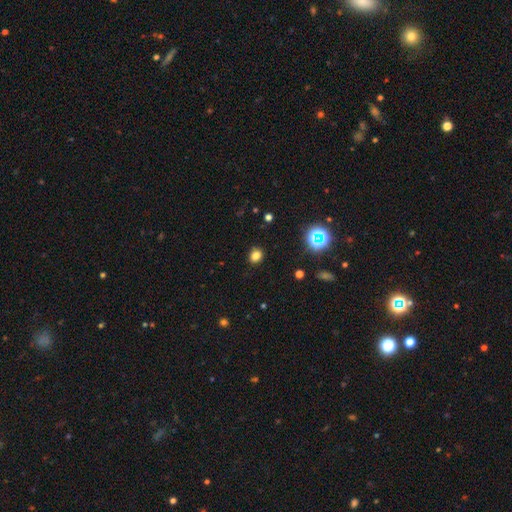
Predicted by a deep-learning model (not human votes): A smooth galaxy with no disk features (77%) that is round (61%).

Vote fractions:
- Smooth or featured? smooth: 77% / star or artifact: 18% / featured or disk: 5%
- How rounded? round: 61% / in between: 37% / cigar-shaped: 1%
- Merging? none: 88% / minor disturbance: 8% / major disturbance: 3% / merger: 1%